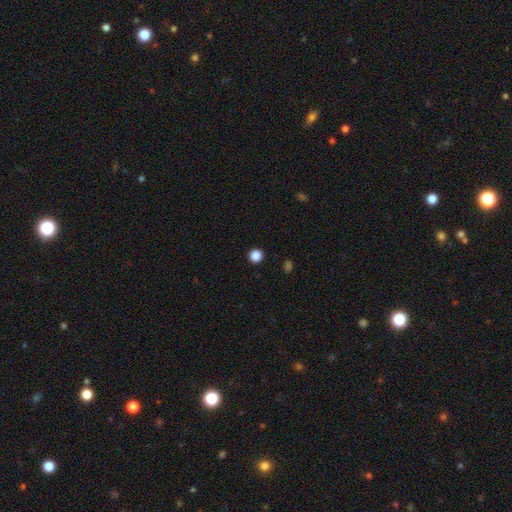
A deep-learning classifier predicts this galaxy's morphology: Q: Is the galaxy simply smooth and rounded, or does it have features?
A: smooth — 87%.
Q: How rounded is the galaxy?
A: round — 95%.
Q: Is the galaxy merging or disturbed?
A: none — 93%.